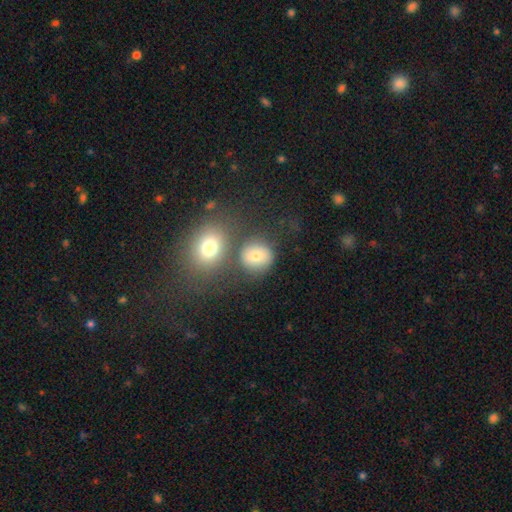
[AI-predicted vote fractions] Morphology: type=smooth (75%); roundness=round (78%); merging=none (63%).